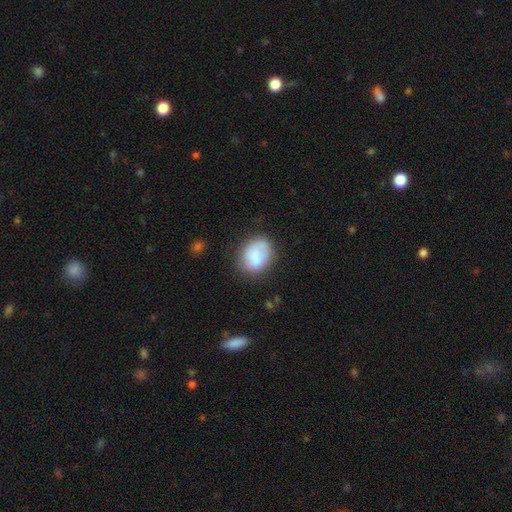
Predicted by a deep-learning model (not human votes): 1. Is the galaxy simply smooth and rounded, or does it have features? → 73% smooth, 20% featured or disk, 8% star or artifact.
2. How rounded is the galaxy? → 52% in between, 47% round, 1% cigar-shaped.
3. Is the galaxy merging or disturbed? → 61% none, 24% minor disturbance, 9% major disturbance, 6% merger.